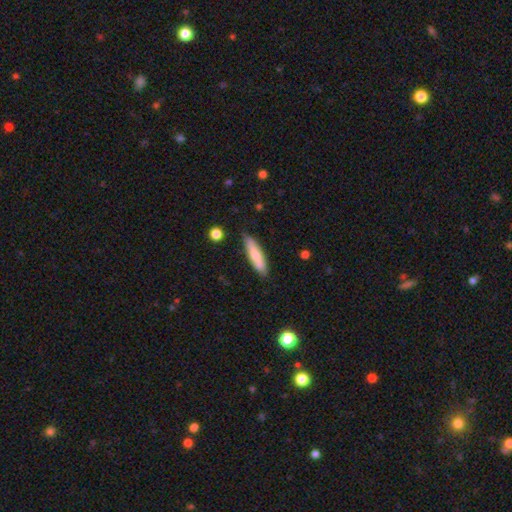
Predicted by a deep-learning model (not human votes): smooth 70%, featured or disk 24%, star or artifact 6%. Down the decision tree: how rounded — cigar-shaped (76%); merging — none (82%).